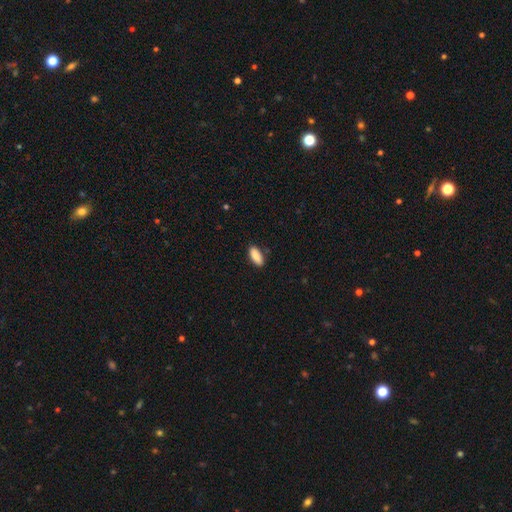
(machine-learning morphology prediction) A smooth galaxy with no disk features (90%) that is in between round and cigar-shaped (84%). Merging: none (84%).